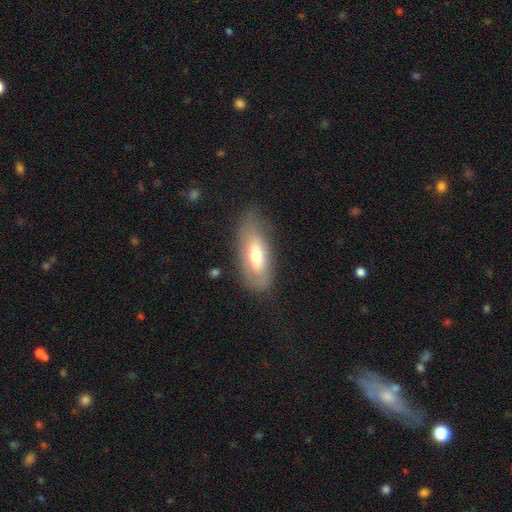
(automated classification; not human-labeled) Morphology: type=smooth (60%); roundness=in between (80%); merging=none (67%).